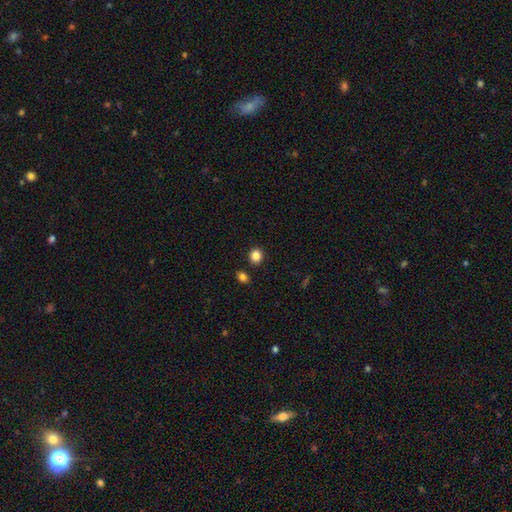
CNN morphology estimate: Smooth or featured?
  - smooth: 85% *
  - star or artifact: 11%
  - featured or disk: 4%
How rounded?
  - round: 76% *
  - in between: 23%
  - cigar-shaped: 1%
Merging?
  - none: 86% *
  - minor disturbance: 7%
  - merger: 5%
  - major disturbance: 2%